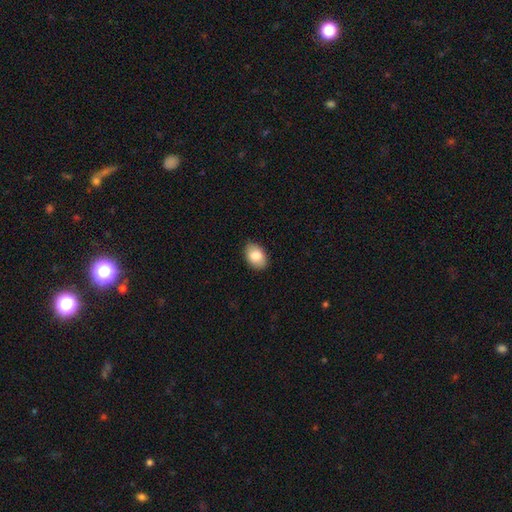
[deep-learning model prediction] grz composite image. It shows a smooth galaxy with no disk features (82%) that is in between round and cigar-shaped (87%). Merging: none (87%).